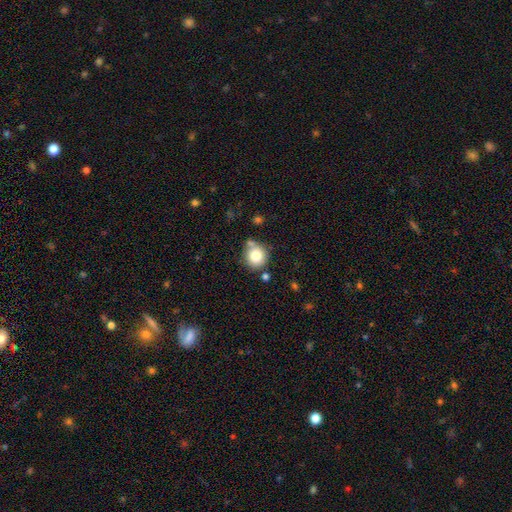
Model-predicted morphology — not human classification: This appears to be a smooth galaxy with no disk features (80%) that is round (89%). Merging: none (69%).